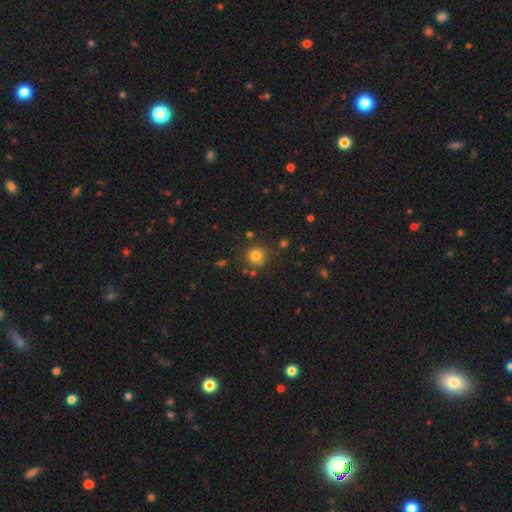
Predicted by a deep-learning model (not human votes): Q: Smooth or featured?
A: smooth (80%); runner-up: star or artifact (13%)
Q: How rounded?
A: round (92%); runner-up: in between (7%)
Q: Merging?
A: none (81%); runner-up: minor disturbance (11%)